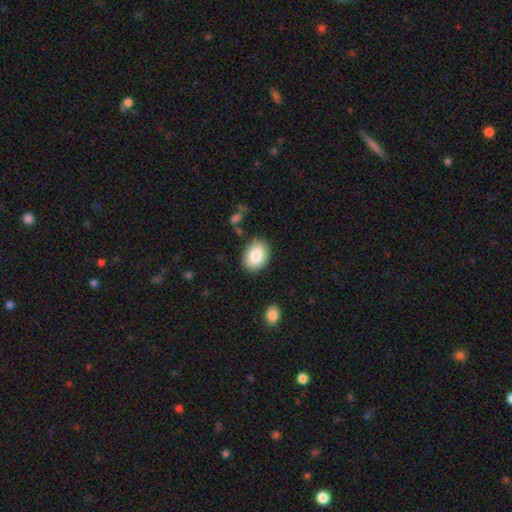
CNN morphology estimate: smooth 85%, featured or disk 8%, star or artifact 7%. Down the decision tree: how rounded — in between (69%); merging — none (85%).